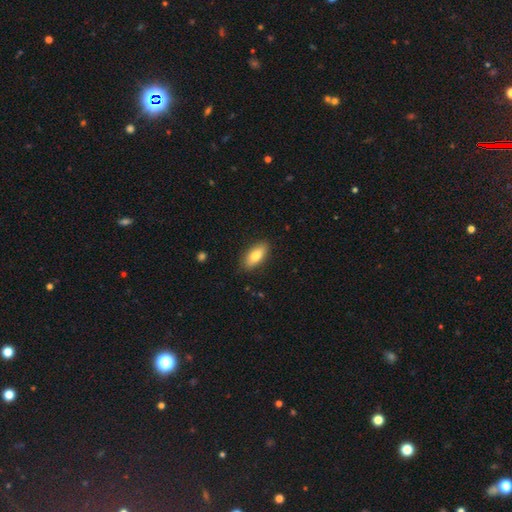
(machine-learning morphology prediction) Overall: smooth (79%). How rounded: in between (84%). Merging: none (86%).